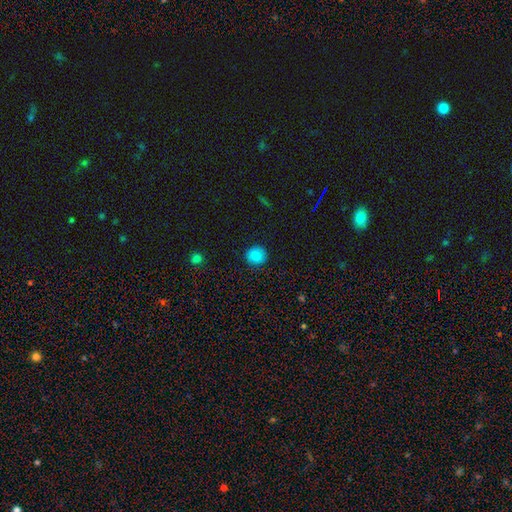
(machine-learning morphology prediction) This is clearly a smooth galaxy (87%). How rounded: clearly round (88%). Merging: clearly none (90%).